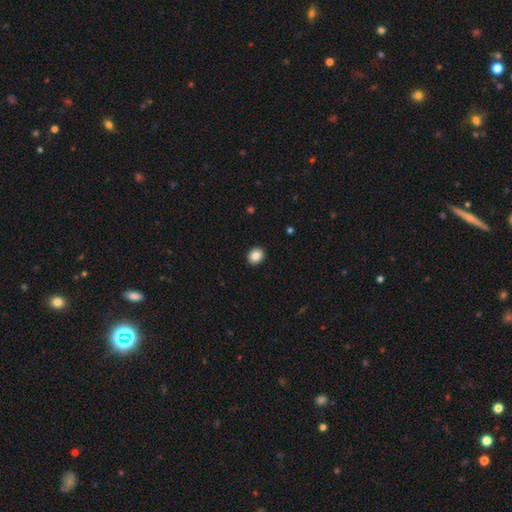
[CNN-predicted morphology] The model was most divided on "how rounded": round: 71%, in between: 28%, cigar-shaped: 1%. More confident: merging — none (92%); smooth or featured — smooth (85%).